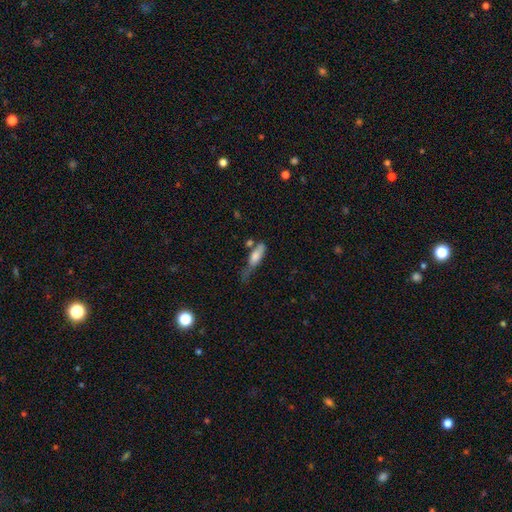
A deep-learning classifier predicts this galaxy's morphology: The model was most divided on "merging": minor disturbance: 32%, none: 29%, major disturbance: 23%, merger: 15%. More confident: smooth or featured — smooth (72%); how rounded — in between (58%).